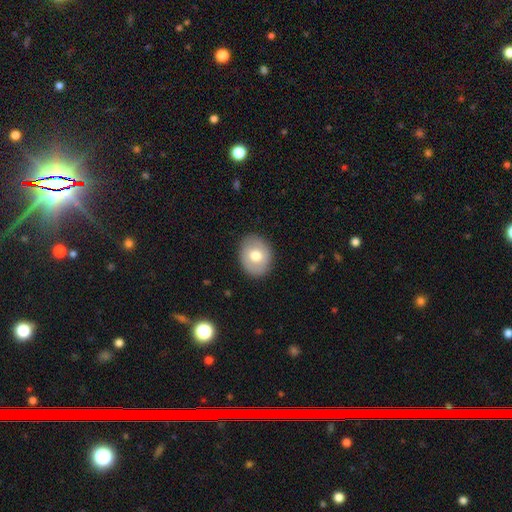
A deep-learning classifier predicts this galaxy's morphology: The model was most divided on "how rounded": in between: 52%, round: 47%, cigar-shaped: 1%. More confident: merging — none (88%); smooth or featured — smooth (71%).